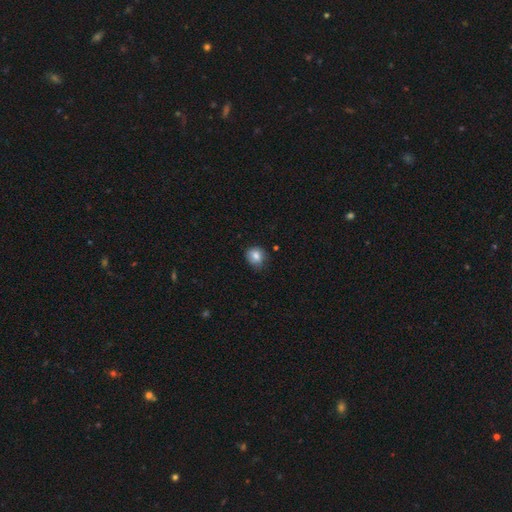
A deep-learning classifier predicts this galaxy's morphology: type=smooth (81%); roundness=round (76%); merging=none (73%).